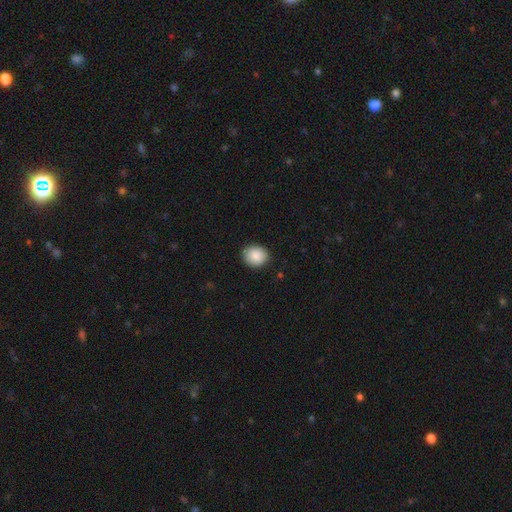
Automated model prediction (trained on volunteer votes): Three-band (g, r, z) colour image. It shows a smooth galaxy with no disk features (89%) that is round (65%). Merging: none (88%).